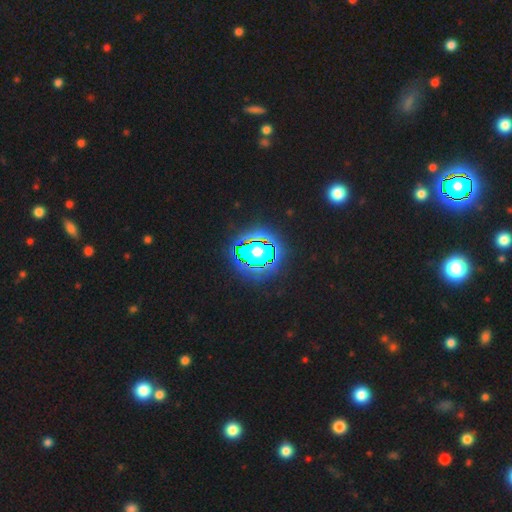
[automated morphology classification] Q: Smooth or featured?
A: star or artifact (77%); runner-up: smooth (13%)